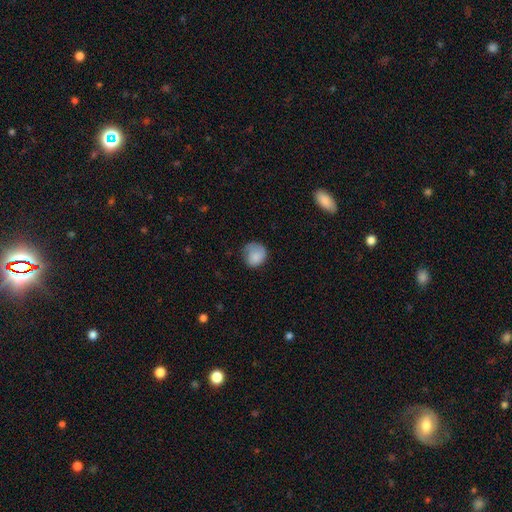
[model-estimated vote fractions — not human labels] Q: Smooth or featured?
A: smooth (83%); runner-up: featured or disk (10%)
Q: How rounded?
A: round (73%); runner-up: in between (26%)
Q: Merging?
A: none (50%); runner-up: minor disturbance (33%)